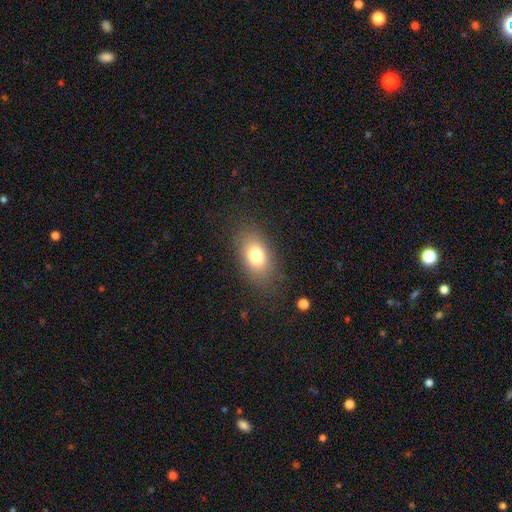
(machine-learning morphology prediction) Smooth or featured? smooth (76%)
How rounded? in between (84%)
Merging? none (82%)